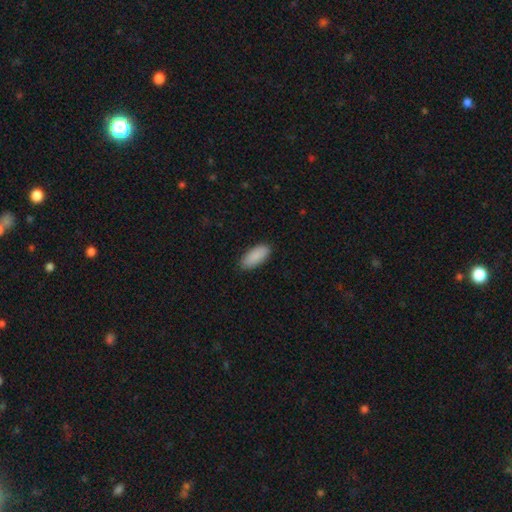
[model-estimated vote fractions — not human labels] Smooth or featured? smooth (90%)
How rounded? in between (87%)
Merging? none (86%)